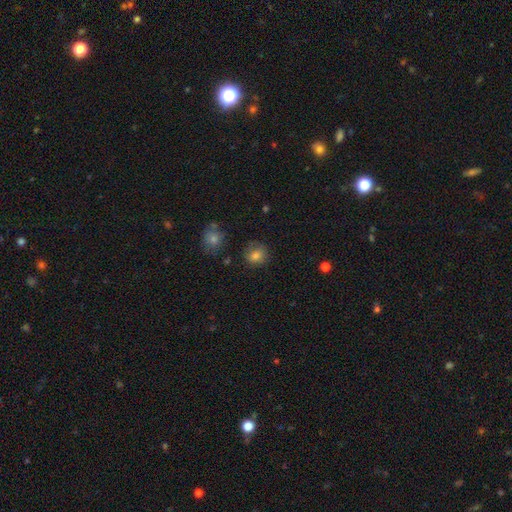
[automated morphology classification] A smooth galaxy with no disk features (78%) that is round (79%). Merging: none (72%).